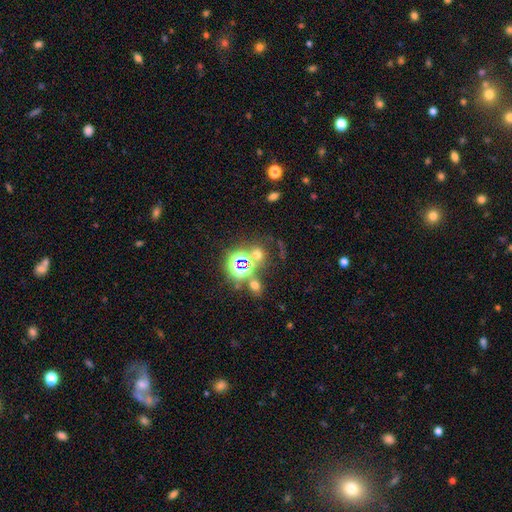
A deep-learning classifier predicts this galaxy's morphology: Smooth or featured: star or artifact — 65% (smooth — 24%)